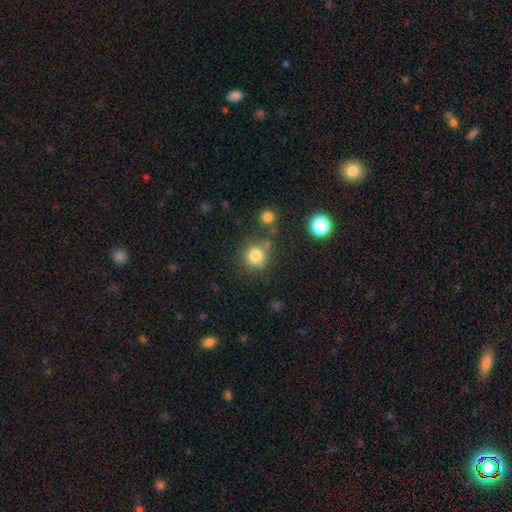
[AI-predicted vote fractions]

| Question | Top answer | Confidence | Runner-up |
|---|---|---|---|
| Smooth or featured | smooth | 81% | star or artifact (12%) |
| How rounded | round | 88% | in between (11%) |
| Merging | none | 69% | minor disturbance (15%) |